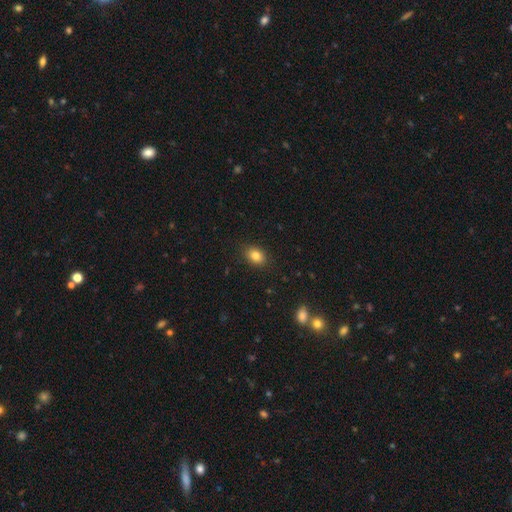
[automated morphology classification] The model was most divided on "how rounded": in between: 71%, round: 28%, cigar-shaped: 1%. More confident: merging — none (88%); smooth or featured — smooth (83%).